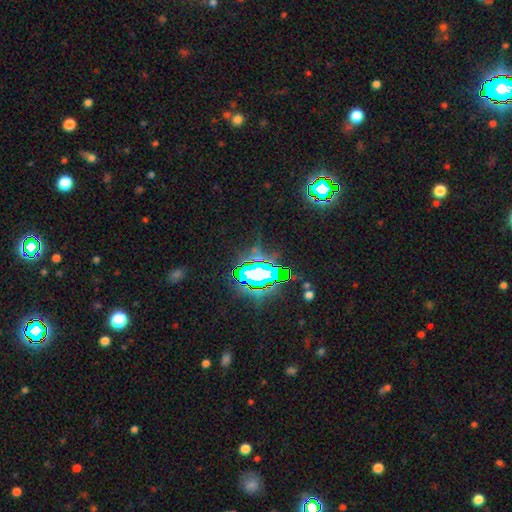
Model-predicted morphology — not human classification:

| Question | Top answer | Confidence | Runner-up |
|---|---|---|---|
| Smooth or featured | star or artifact | 75% | smooth (13%) |